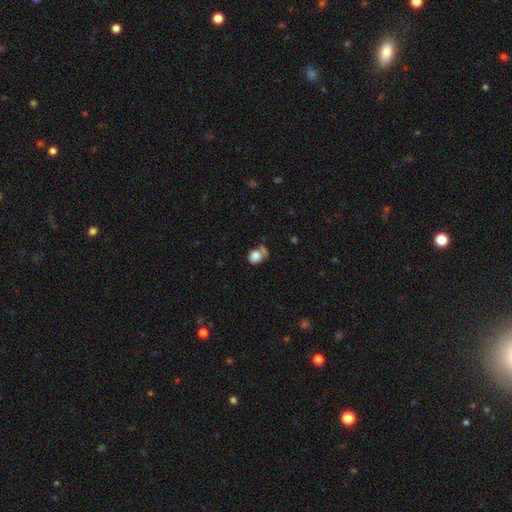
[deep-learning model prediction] A smooth galaxy with no disk features (82%) that is round (72%). Merging: none (46%).